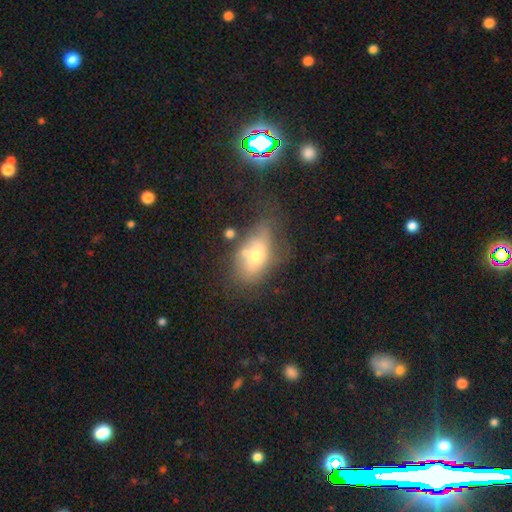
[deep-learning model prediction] This appears to be a smooth galaxy with no disk features (52%) that is in between round and cigar-shaped (87%). Merging: none (40%).